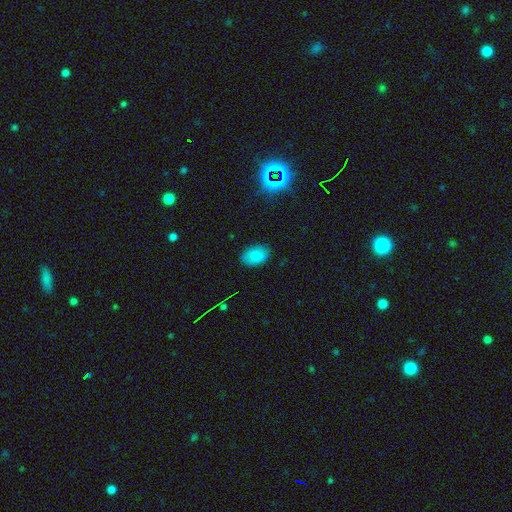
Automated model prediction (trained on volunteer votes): The model was most divided on "how rounded": in between: 85%, round: 14%, cigar-shaped: 1%. More confident: merging — none (85%); smooth or featured — smooth (84%).